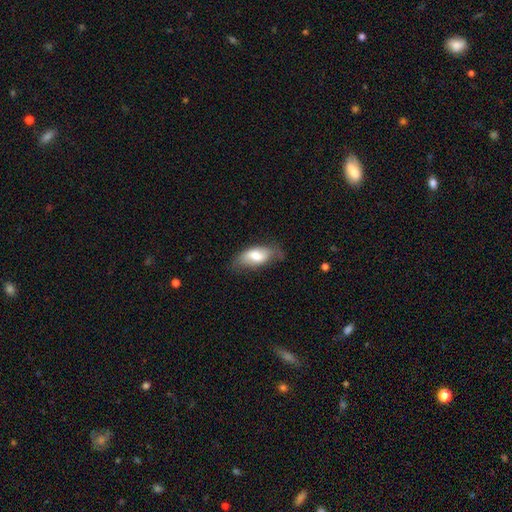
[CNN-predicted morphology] smooth_or_featured: smooth (p=0.66) [alt: featured or disk p=0.28]
how_rounded: in between (p=0.89) [alt: cigar-shaped p=0.08]
merging: none (p=0.56) [alt: minor disturbance p=0.32]